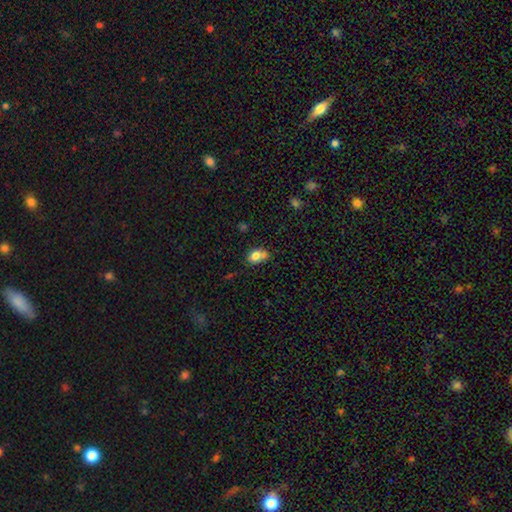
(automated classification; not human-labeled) smooth-or-featured: smooth: 79% | featured or disk: 11% | star or artifact: 10%
  how-rounded: in between: 64% | round: 34% | cigar-shaped: 1%
  merging: none: 45% | merger: 29% | minor disturbance: 20% | major disturbance: 6%